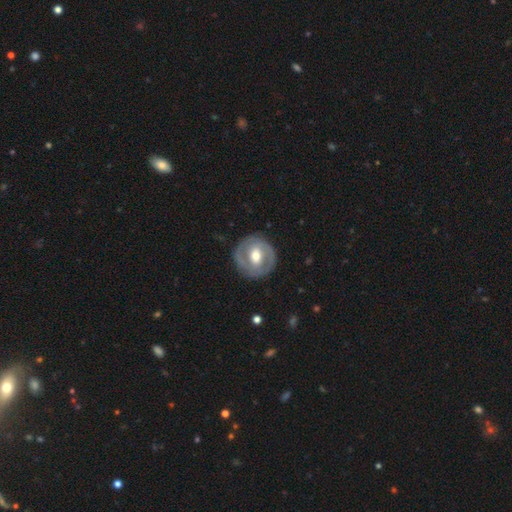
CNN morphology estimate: Smooth or featured: featured or disk — 64% (smooth — 31%)
Edge-on disk: no — 96% (yes — 4%)
Bar: weak — 42% (no — 37%)
Spiral arms: yes — 54% (no — 46%)
Bulge size: moderate — 74% (small — 14%)
Merging: none — 83% (minor disturbance — 11%)